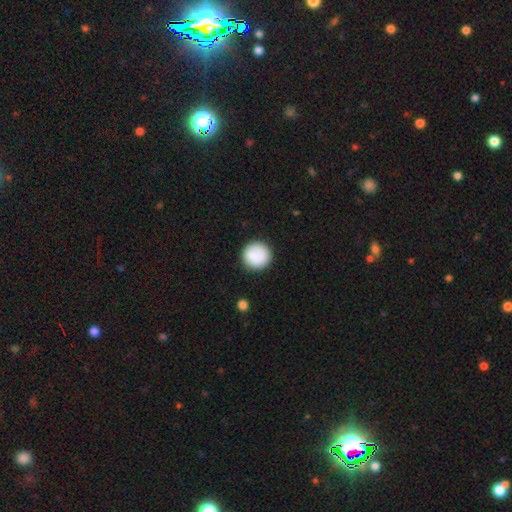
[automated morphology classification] Smooth or featured? smooth (80%)
How rounded? round (94%)
Merging? none (82%)